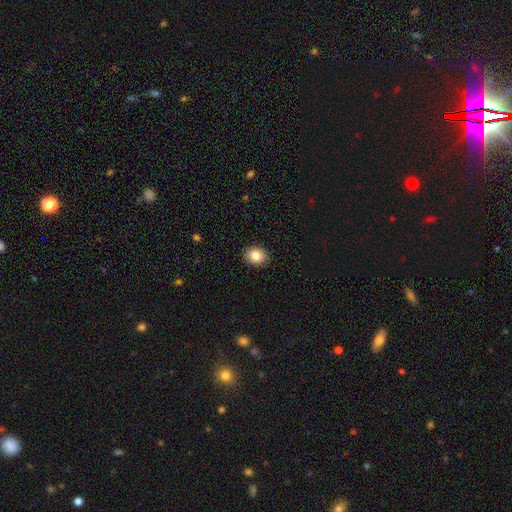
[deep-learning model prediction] The model was most divided on "how rounded": round: 53%, in between: 46%, cigar-shaped: 1%. More confident: merging — none (91%); smooth or featured — smooth (85%).